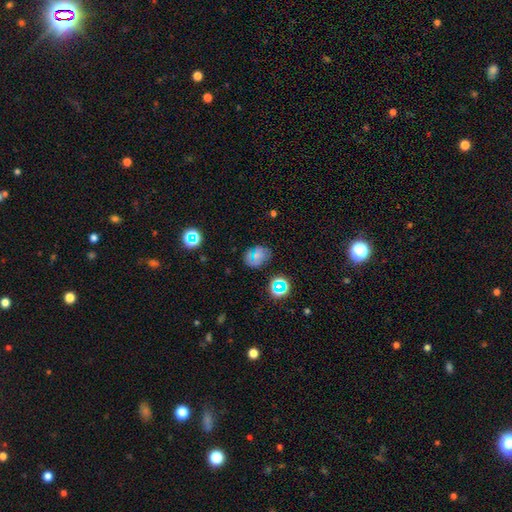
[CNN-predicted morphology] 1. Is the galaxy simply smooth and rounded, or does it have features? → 46% smooth, 28% featured or disk, 26% star or artifact.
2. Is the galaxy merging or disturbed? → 71% none, 18% minor disturbance, 7% major disturbance, 4% merger.